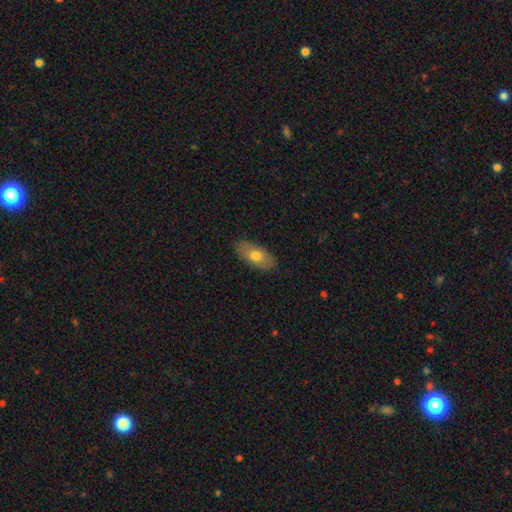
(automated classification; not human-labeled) Smooth or featured?
  - smooth: 69% *
  - featured or disk: 25%
  - star or artifact: 6%
How rounded?
  - in between: 88% *
  - cigar-shaped: 8%
  - round: 4%
Merging?
  - none: 85% *
  - minor disturbance: 12%
  - major disturbance: 2%
  - merger: 1%